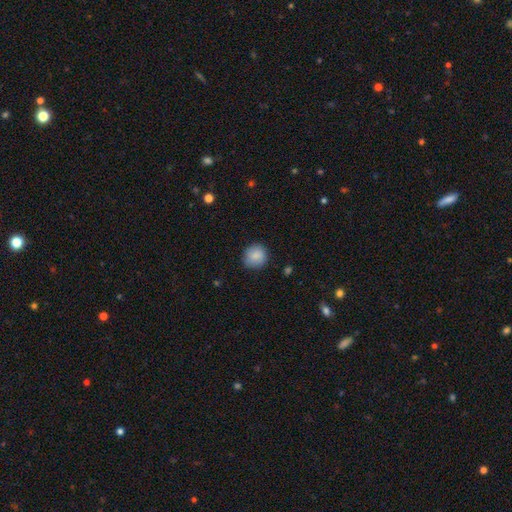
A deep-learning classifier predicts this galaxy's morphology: Smooth or featured: smooth — 86% (star or artifact — 8%)
How rounded: round — 90% (in between — 9%)
Merging: none — 85% (minor disturbance — 12%)